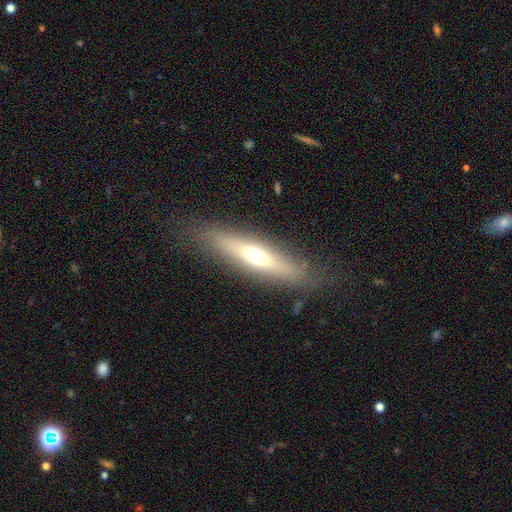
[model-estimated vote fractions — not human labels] smooth-or-featured: featured or disk: 47% | smooth: 46% | star or artifact: 8%
  merging: none: 83% | minor disturbance: 11% | major disturbance: 4% | merger: 1%